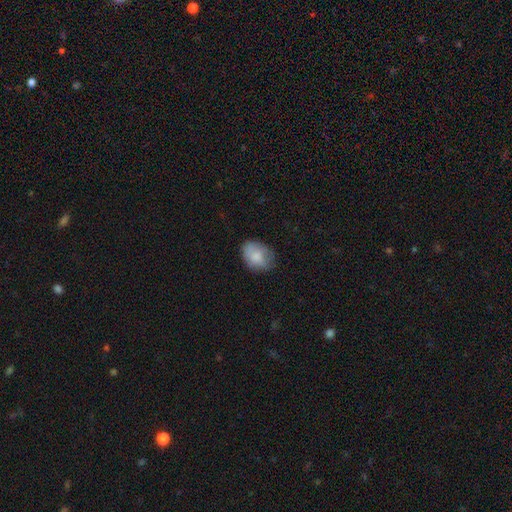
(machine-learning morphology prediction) This appears to be a smooth galaxy with no disk features (79%) that is in between round and cigar-shaped (71%). Merging: none (69%).